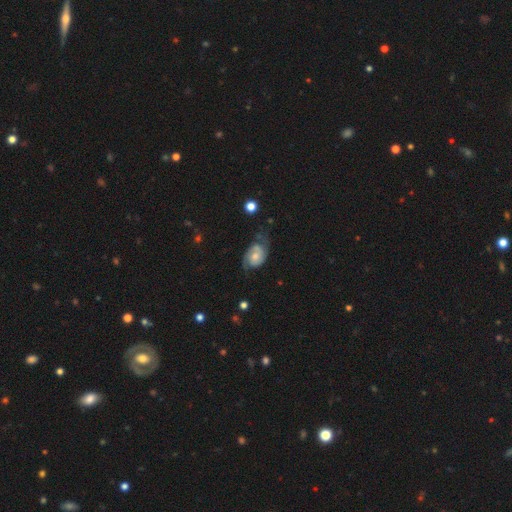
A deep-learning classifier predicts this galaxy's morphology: smooth-or-featured: featured or disk: 74% | smooth: 19% | star or artifact: 7%
  disk-edge-on: no: 97% | yes: 3%
    bar: no: 68% | weak: 28% | strong: 4%
    has-spiral-arms: yes: 92% | no: 8%
      spiral-winding: medium: 43% | tight: 38% | loose: 19%
      spiral-arm-count: 2: 82% | can't tell: 9% | 1: 5% | 3: 2% | 4: 1% | more than 4: 1%
    bulge-size: moderate: 51% | small: 35% | large: 7% | none: 5% | dominant: 2%
  merging: none: 55% | minor disturbance: 28% | major disturbance: 14% | merger: 3%